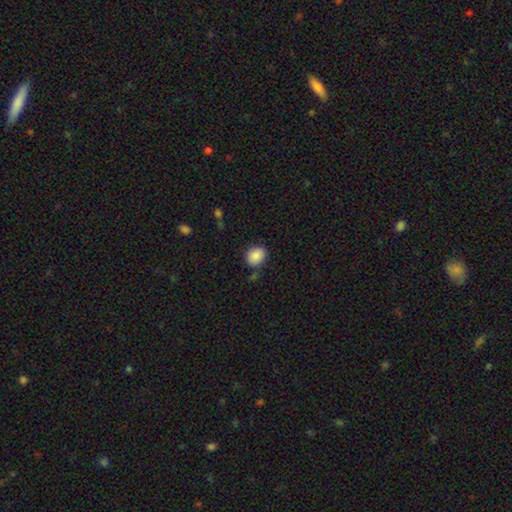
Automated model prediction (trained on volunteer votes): Smooth or featured: smooth — 88% (star or artifact — 8%)
How rounded: round — 55% (in between — 44%)
Merging: none — 81% (minor disturbance — 13%)